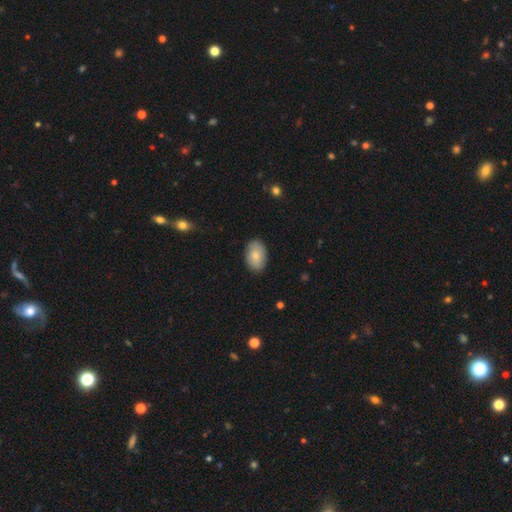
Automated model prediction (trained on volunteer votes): smooth 80%, featured or disk 14%, star or artifact 6%. Down the decision tree: how rounded — in between (88%); merging — none (85%).